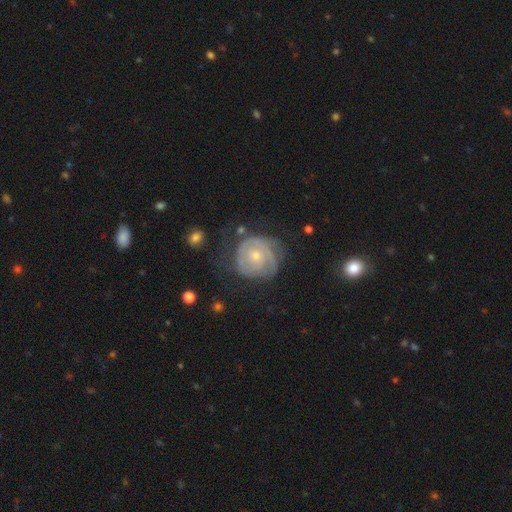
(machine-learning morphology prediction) A featured or disk galaxy (73%) with no bar (78%), tight (73%) spiral arms (86%) and a small central bulge (57%). Merging: none (58%).